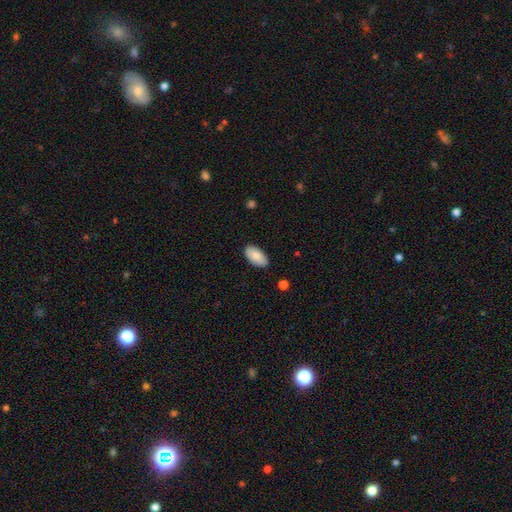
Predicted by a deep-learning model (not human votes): A smooth galaxy with no disk features (84%) that is in between round and cigar-shaped (96%).

Vote fractions:
- Smooth or featured? smooth: 84% / featured or disk: 10% / star or artifact: 6%
- How rounded? in between: 96% / round: 3% / cigar-shaped: 2%
- Merging? none: 86% / minor disturbance: 11% / major disturbance: 2% / merger: 1%